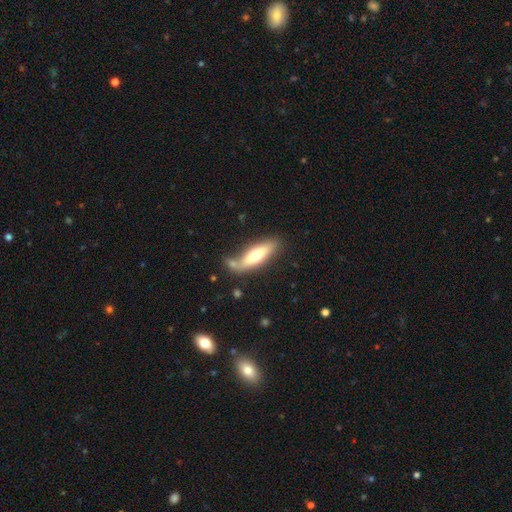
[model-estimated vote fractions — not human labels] A smooth galaxy with no disk features (61%) that is cigar-shaped (55%). Merging: none (60%).